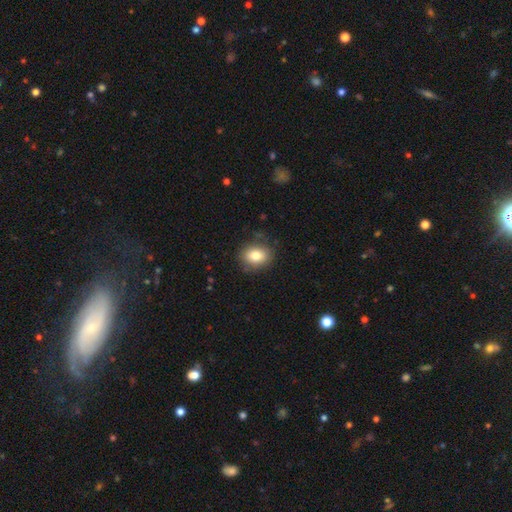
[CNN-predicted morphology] Smooth or featured: smooth — 81% (featured or disk — 10%)
How rounded: in between — 54% (round — 45%)
Merging: none — 83% (minor disturbance — 12%)